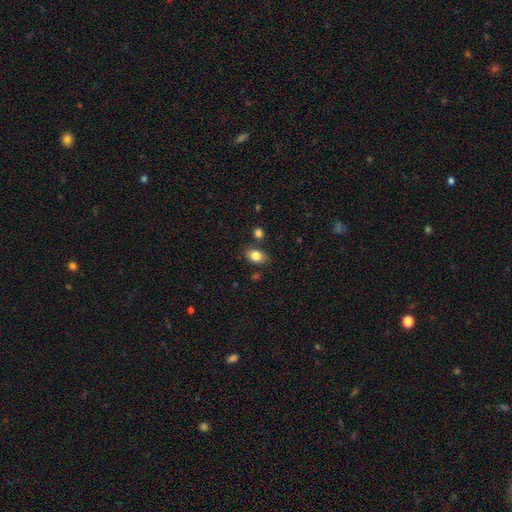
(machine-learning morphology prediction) Smooth or featured? smooth (83%)
How rounded? in between (77%)
Merging? none (77%)